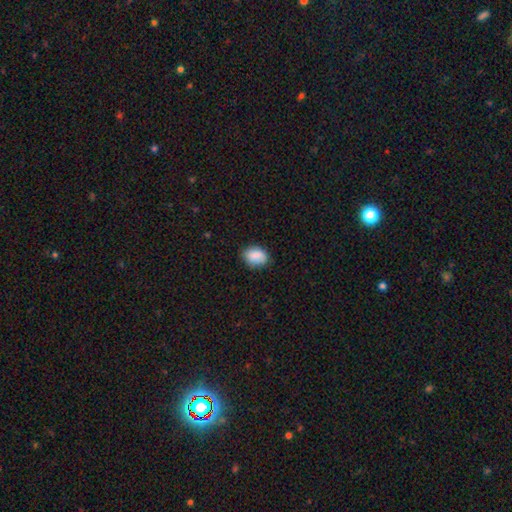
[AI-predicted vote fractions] Smooth or featured: smooth — 87% (star or artifact — 7%)
How rounded: in between — 72% (round — 27%)
Merging: none — 80% (minor disturbance — 16%)